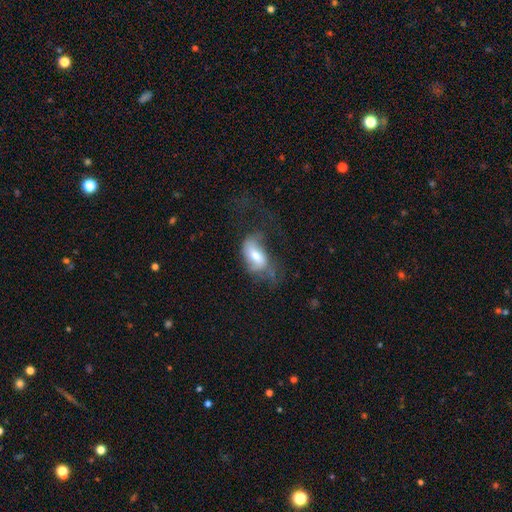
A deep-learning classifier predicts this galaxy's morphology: Smooth or featured? smooth (53%)
How rounded? in between (90%)
Merging? major disturbance (42%)